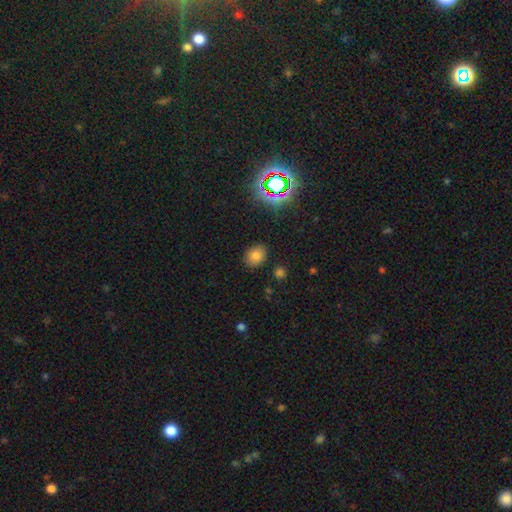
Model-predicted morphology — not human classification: A smooth galaxy with no disk features (76%) that is round (50%). Merging: none (85%).